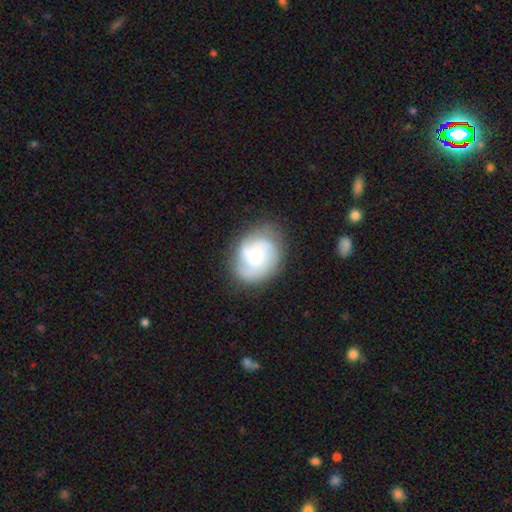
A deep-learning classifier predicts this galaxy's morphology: Smooth or featured: featured or disk — 73% (smooth — 21%)
Edge-on disk: no — 98% (yes — 2%)
Bar: no — 74% (weak — 23%)
Spiral arms: yes — 92% (no — 8%)
Spiral winding: tight — 49% (medium — 39%)
Spiral arm count: 3 — 40% (2 — 23%)
Bulge size: moderate — 55% (small — 39%)
Merging: none — 73% (minor disturbance — 19%)